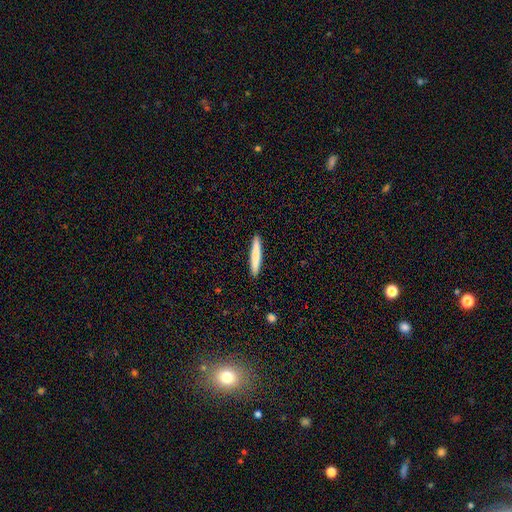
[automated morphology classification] smooth_or_featured: smooth (p=0.77) [alt: featured or disk p=0.18]
how_rounded: cigar-shaped (p=0.94) [alt: in between p=0.04]
merging: none (p=0.92) [alt: minor disturbance p=0.05]